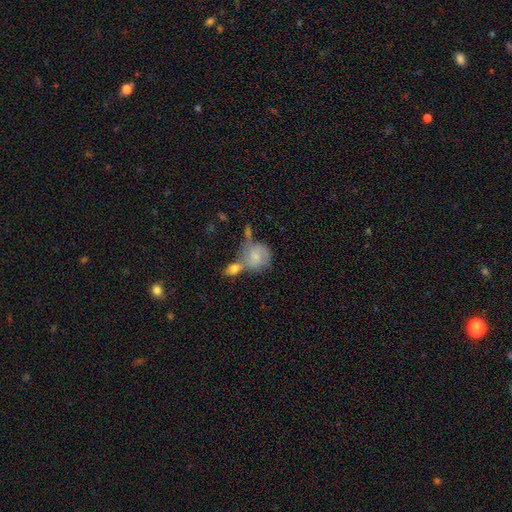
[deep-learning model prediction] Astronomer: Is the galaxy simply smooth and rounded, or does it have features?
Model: smooth — 57% (runner-up: featured or disk, 36%).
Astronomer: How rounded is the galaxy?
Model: round — 75%.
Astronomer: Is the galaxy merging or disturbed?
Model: merger — 44% (runner-up: none, 30%).